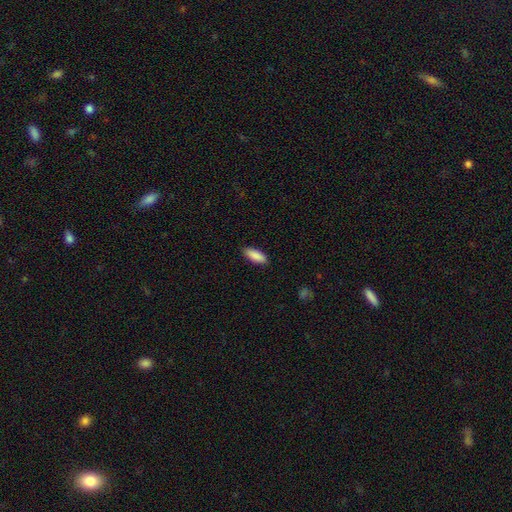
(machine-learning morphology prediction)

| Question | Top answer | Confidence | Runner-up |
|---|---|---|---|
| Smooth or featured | smooth | 90% | star or artifact (6%) |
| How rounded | in between | 76% | cigar-shaped (23%) |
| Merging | none | 88% | minor disturbance (9%) |